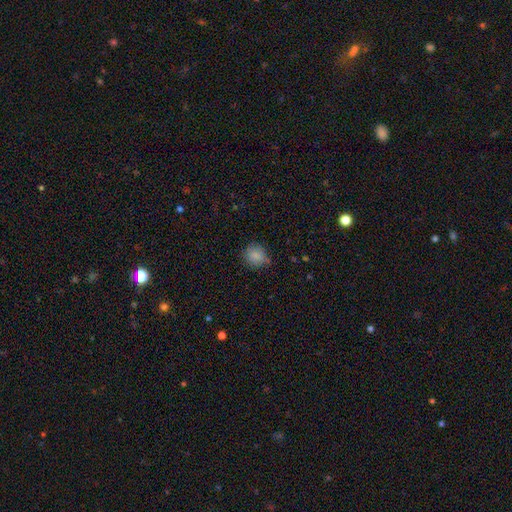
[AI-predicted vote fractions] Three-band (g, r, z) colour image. It shows a smooth galaxy with no disk features (84%) that is round (81%). Merging: none (69%).